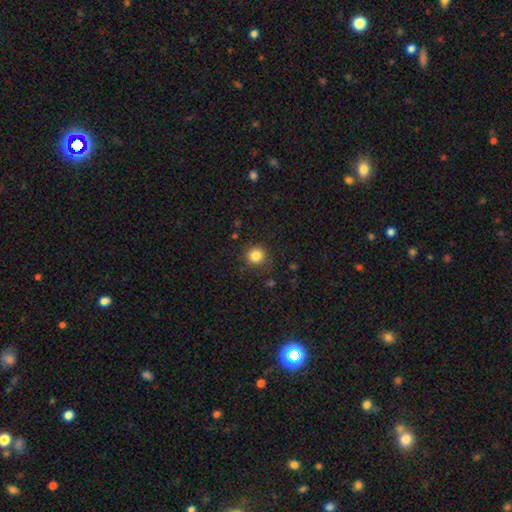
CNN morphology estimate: Q: Smooth or featured?
A: smooth (84%); runner-up: star or artifact (11%)
Q: How rounded?
A: round (92%); runner-up: in between (7%)
Q: Merging?
A: none (86%); runner-up: minor disturbance (10%)